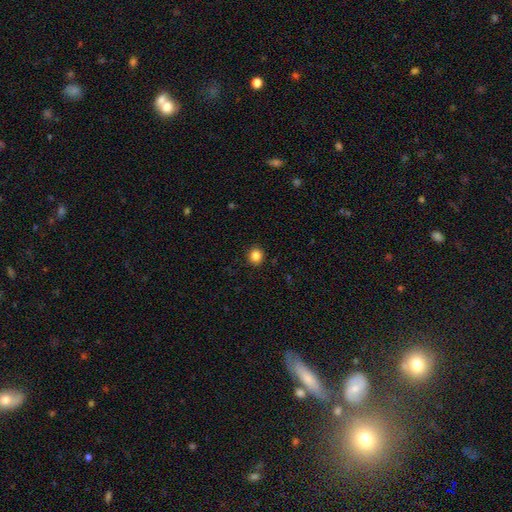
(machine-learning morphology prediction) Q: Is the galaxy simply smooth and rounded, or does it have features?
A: smooth — 86%.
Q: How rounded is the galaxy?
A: round — 86%.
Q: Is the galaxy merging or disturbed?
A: none — 92%.